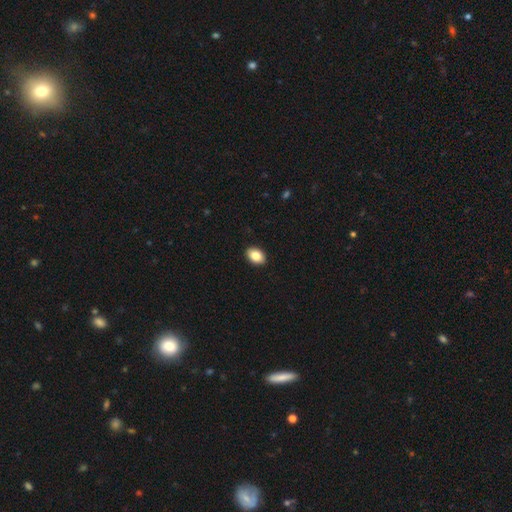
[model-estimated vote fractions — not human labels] The model was most divided on "how rounded": in between: 83%, round: 16%, cigar-shaped: 1%. More confident: merging — none (91%); smooth or featured — smooth (85%).